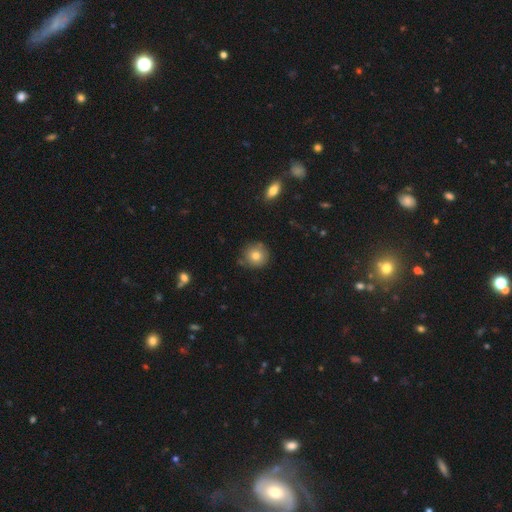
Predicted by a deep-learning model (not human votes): A smooth galaxy with no disk features (78%) that is round (93%).

Vote fractions:
- Smooth or featured? smooth: 78% / featured or disk: 12% / star or artifact: 10%
- How rounded? round: 93% / in between: 6% / cigar-shaped: 1%
- Merging? none: 79% / minor disturbance: 15% / major disturbance: 3% / merger: 3%